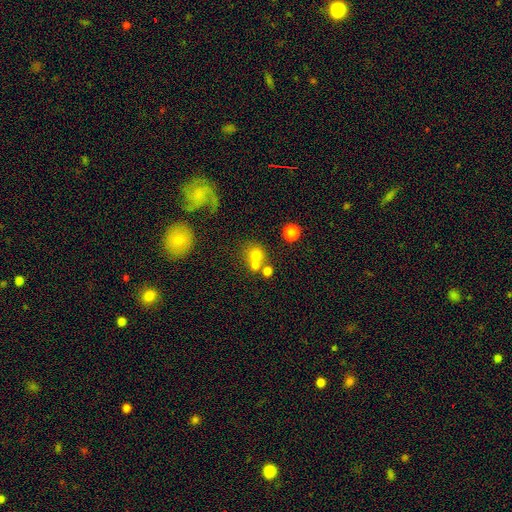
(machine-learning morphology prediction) smooth_or_featured: smooth (p=0.68) [alt: featured or disk p=0.18]
how_rounded: round (p=0.79) [alt: in between p=0.20]
merging: none (p=0.43) [alt: merger p=0.42]